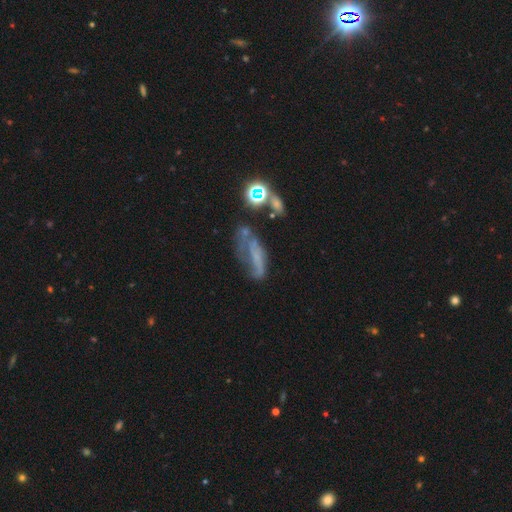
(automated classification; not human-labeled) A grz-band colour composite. It shows a featured or disk galaxy (51%). Merging: major disturbance (34%).